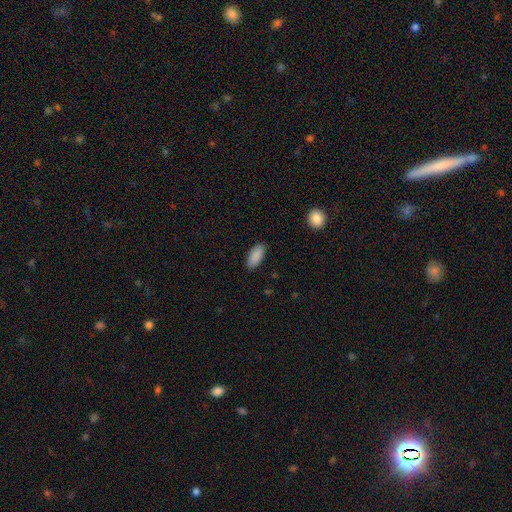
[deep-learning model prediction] smooth-or-featured: smooth: 90% | star or artifact: 6% | featured or disk: 4%
  how-rounded: in between: 87% | cigar-shaped: 11% | round: 2%
  merging: none: 88% | minor disturbance: 9% | major disturbance: 2% | merger: 1%